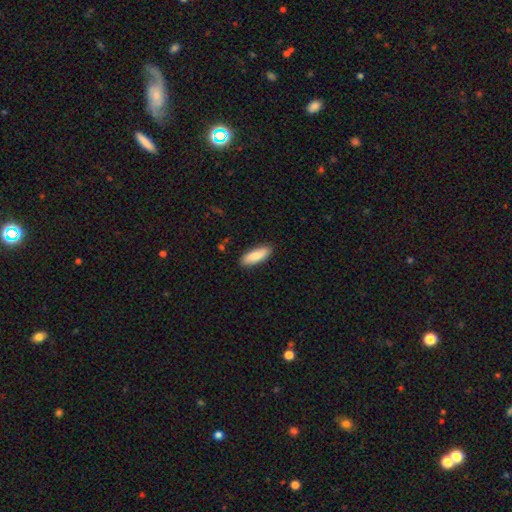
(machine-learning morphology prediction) smooth_or_featured: smooth (p=0.85) [alt: featured or disk p=0.10]
how_rounded: in between (p=0.62) [alt: cigar-shaped p=0.36]
merging: none (p=0.87) [alt: minor disturbance p=0.10]